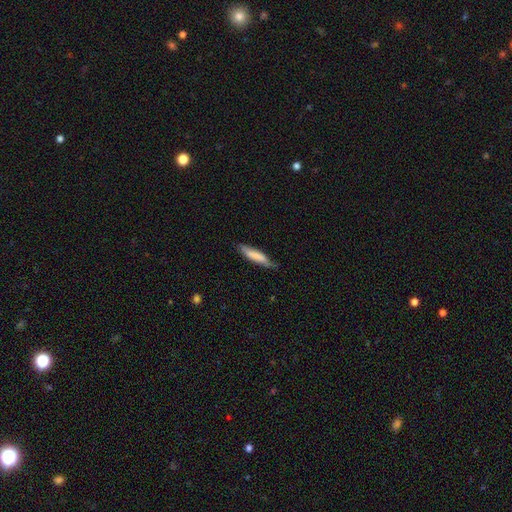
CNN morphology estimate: smooth_or_featured: smooth (p=0.69) [alt: featured or disk p=0.25]
how_rounded: cigar-shaped (p=0.83) [alt: in between p=0.16]
merging: none (p=0.69) [alt: minor disturbance p=0.24]